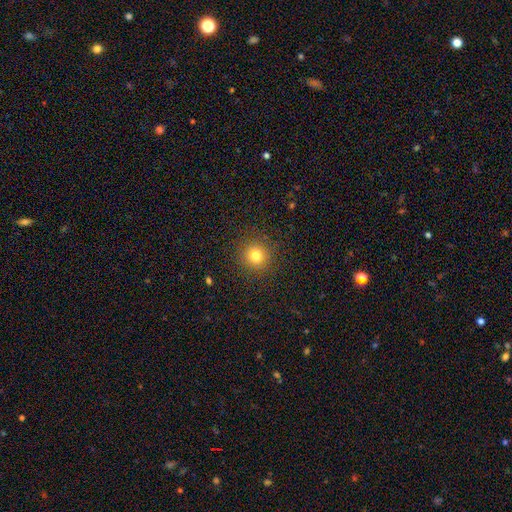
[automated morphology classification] smooth 79%, star or artifact 15%, featured or disk 7%. Down the decision tree: how rounded — round (94%); merging — none (90%).